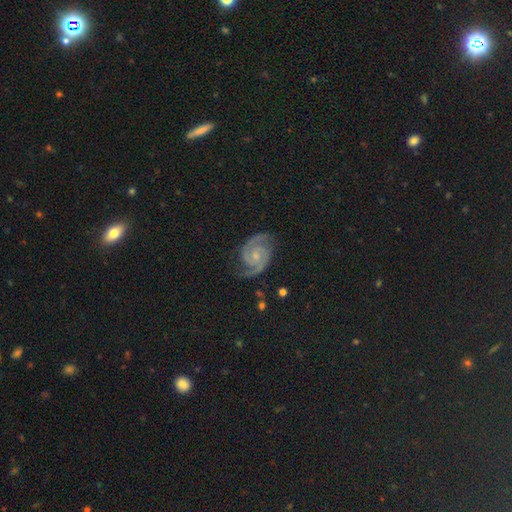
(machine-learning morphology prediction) type=featured or disk (89%); edge-on=no (98%); bar=no (66%); spiral arms=yes (99%); winding=medium (48%); arm count=2 (93%); bulge=small (61%); merging=none (81%).